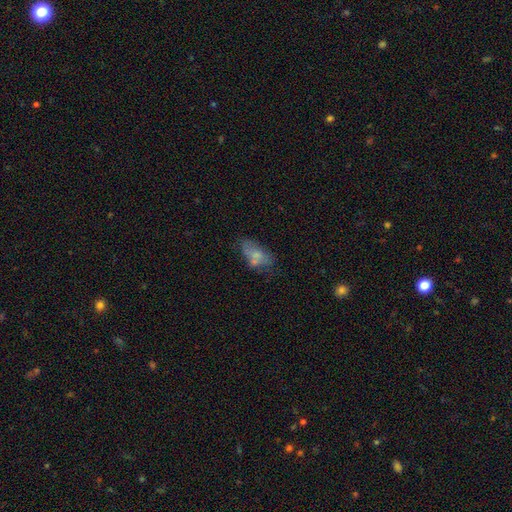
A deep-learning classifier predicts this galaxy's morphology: Smooth or featured? Predicted: smooth (p=0.63). How rounded? Predicted: in between (p=0.88). Merging? Predicted: none (p=0.40).